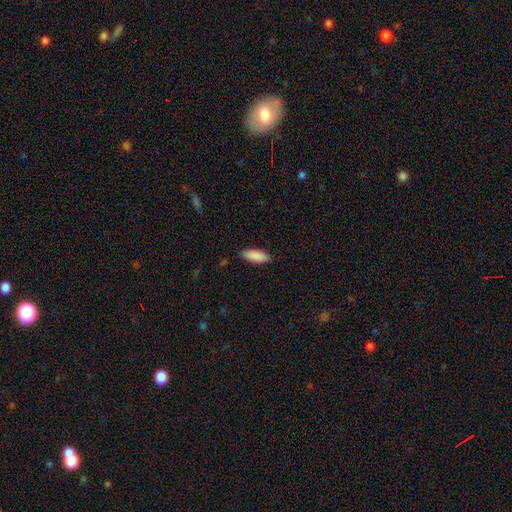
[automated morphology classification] type=smooth (90%); roundness=in between (72%); merging=none (86%).